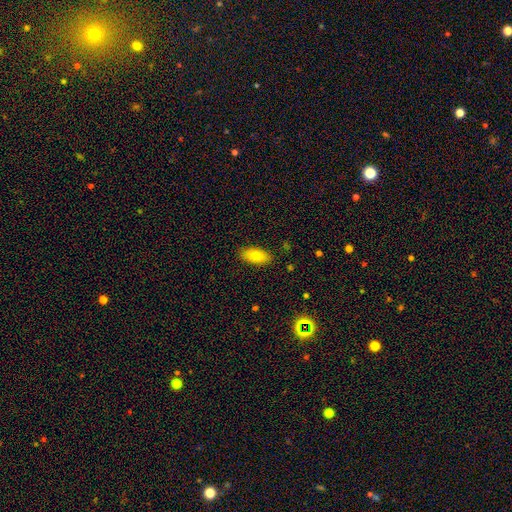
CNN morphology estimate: smooth_or_featured: smooth (p=0.76) [alt: featured or disk p=0.16]
how_rounded: in between (p=0.89) [alt: cigar-shaped p=0.07]
merging: none (p=0.88) [alt: minor disturbance p=0.09]